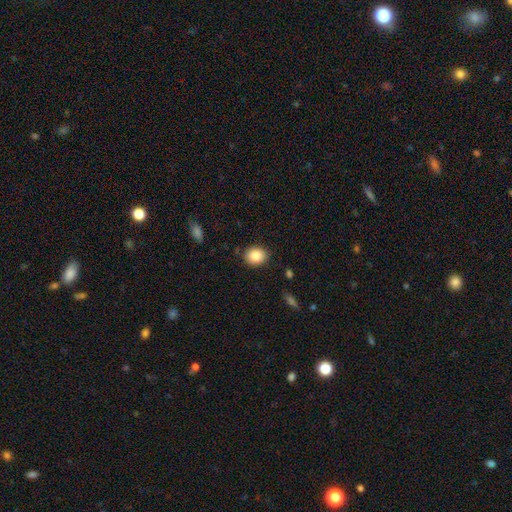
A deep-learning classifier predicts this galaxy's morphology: type=smooth (86%); roundness=round (57%); merging=none (87%).